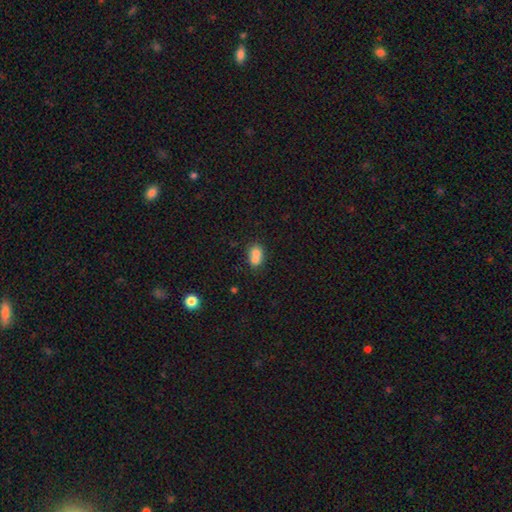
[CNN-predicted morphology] smooth 71%, featured or disk 18%, star or artifact 11%. Down the decision tree: how rounded — in between (52%); merging — merger (60%).